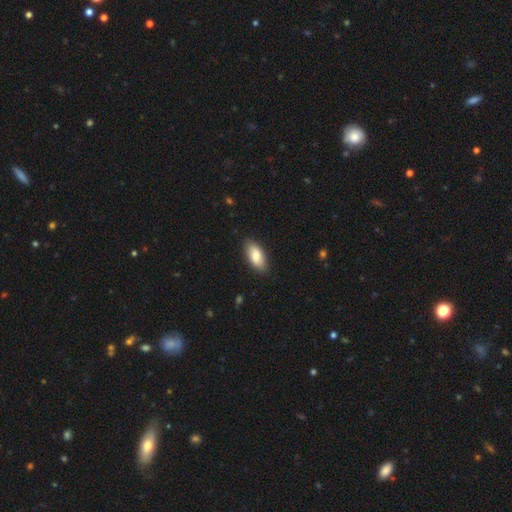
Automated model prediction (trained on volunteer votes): Q: Smooth or featured?
A: smooth (81%); runner-up: featured or disk (13%)
Q: How rounded?
A: in between (91%); runner-up: cigar-shaped (6%)
Q: Merging?
A: none (87%); runner-up: minor disturbance (10%)